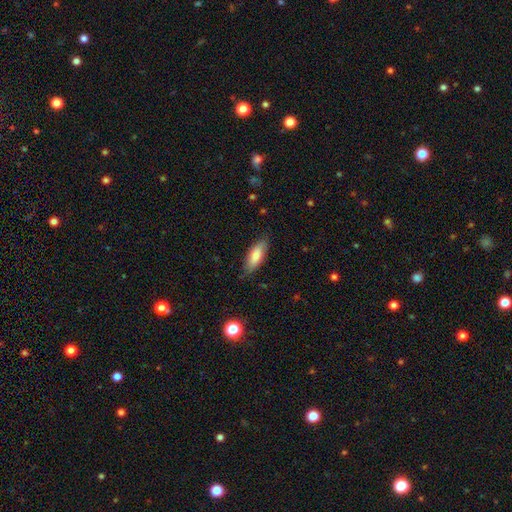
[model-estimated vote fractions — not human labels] Overall: smooth (77%). How rounded: in between (69%; cigar-shaped 29%). Merging: none (79%).